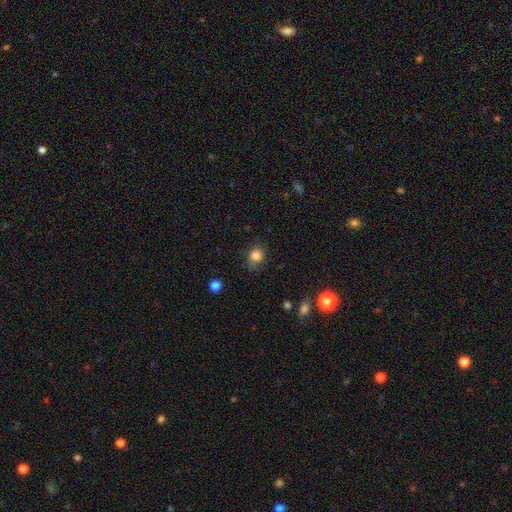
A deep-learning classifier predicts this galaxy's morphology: Smooth or featured? smooth (82%)
How rounded? round (62%)
Merging? none (67%)